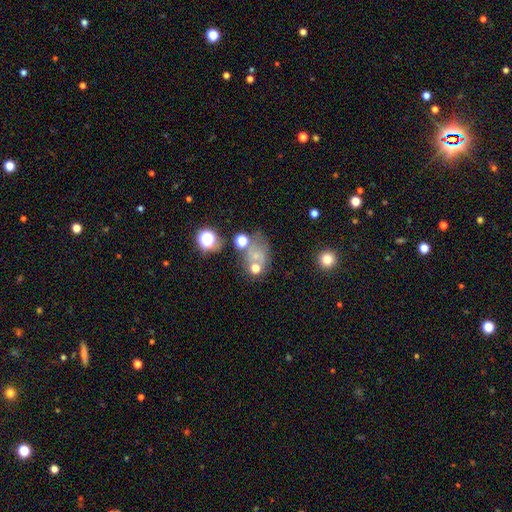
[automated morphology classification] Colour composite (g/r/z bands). It shows a smooth galaxy with no disk features (49%). Merging: none (42%).